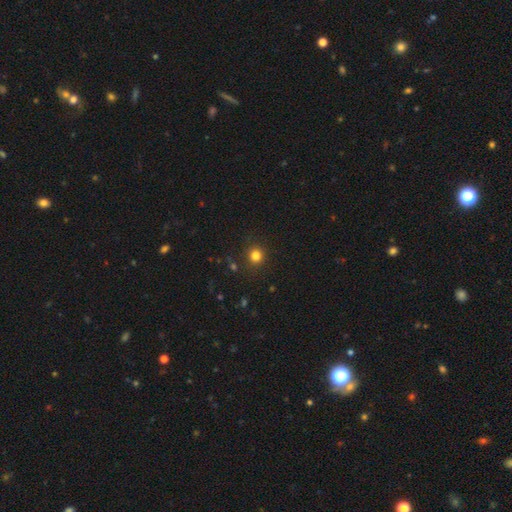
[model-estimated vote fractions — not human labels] Smooth or featured?
  - smooth: 81% *
  - star or artifact: 15%
  - featured or disk: 5%
How rounded?
  - round: 91% *
  - in between: 8%
  - cigar-shaped: 1%
Merging?
  - none: 89% *
  - minor disturbance: 7%
  - major disturbance: 2%
  - merger: 2%